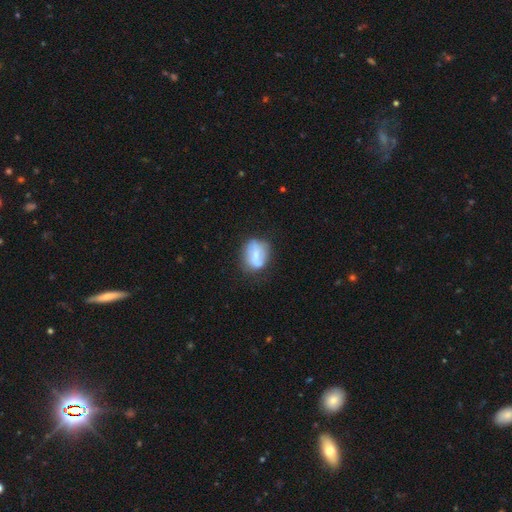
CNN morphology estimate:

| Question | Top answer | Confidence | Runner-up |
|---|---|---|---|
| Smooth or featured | smooth | 53% | featured or disk (39%) |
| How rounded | in between | 55% | round (43%) |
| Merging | none | 62% | minor disturbance (26%) |